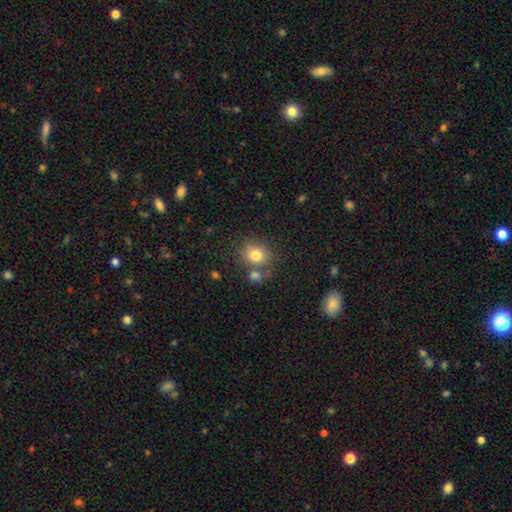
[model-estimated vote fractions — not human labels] smooth 77%, star or artifact 12%, featured or disk 11%. Down the decision tree: how rounded — round (73%); merging — none (62%).